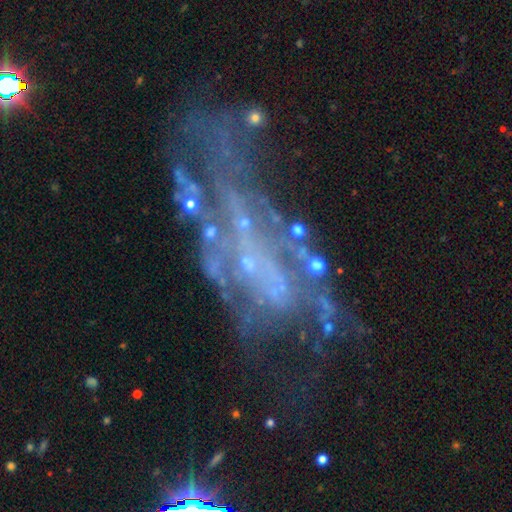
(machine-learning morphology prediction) A featured or disk galaxy (69%) with no bar (66%), spiral arms (52%) and no central bulge (58%).

Vote fractions:
- Smooth or featured? featured or disk: 69% / star or artifact: 19% / smooth: 12%
- Edge-on disk? no: 90% / yes: 10%
- Bar? no: 66% / weak: 22% / strong: 13%
- Spiral arms? yes: 52% / no: 48%
- Bulge size? none: 58% / small: 33% / moderate: 6% / large: 1% / dominant: 1%
- Merging? none: 37% (tied) / major disturbance: 37% (tied) / minor disturbance: 19% / merger: 8%